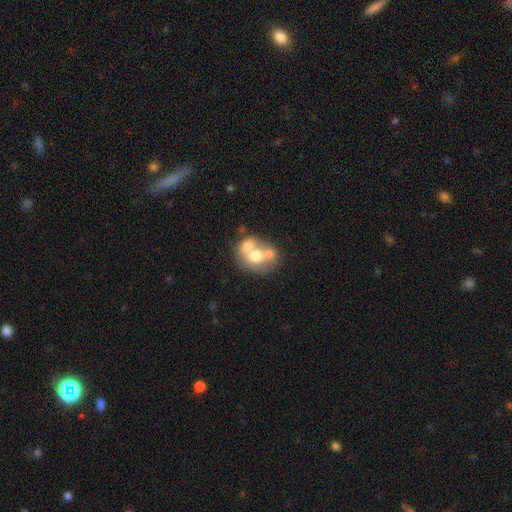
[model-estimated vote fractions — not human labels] A smooth galaxy with no disk features (53%) that is round (51%). Merging: merger (61%).